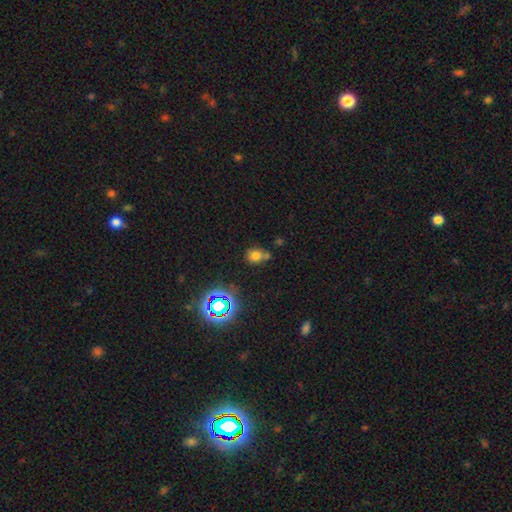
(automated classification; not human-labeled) Q: Smooth or featured?
A: smooth (68%); runner-up: star or artifact (22%)
Q: How rounded?
A: round (56%); runner-up: in between (43%)
Q: Merging?
A: none (51%); runner-up: merger (22%)